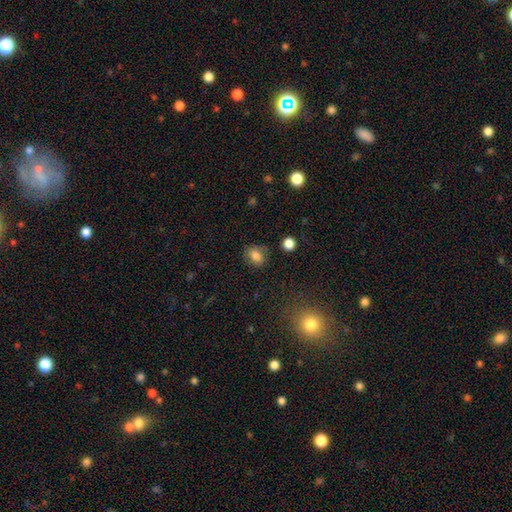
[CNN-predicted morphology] smooth-or-featured: smooth: 81% | star or artifact: 11% | featured or disk: 8%
  how-rounded: round: 57% | in between: 42% | cigar-shaped: 1%
  merging: none: 78% | minor disturbance: 16% | major disturbance: 4% | merger: 2%